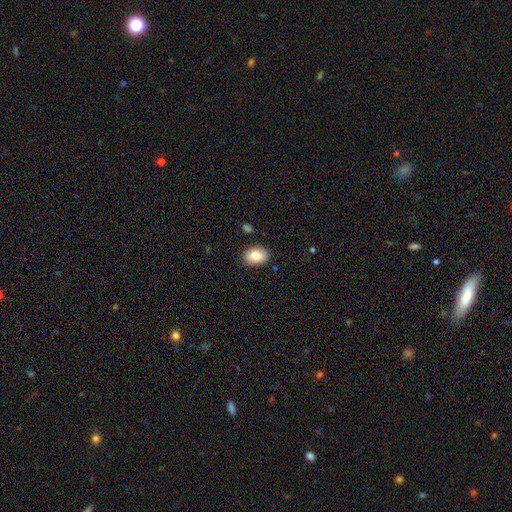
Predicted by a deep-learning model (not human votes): A smooth galaxy with no disk features (84%) that is in between round and cigar-shaped (78%). Merging: none (88%).